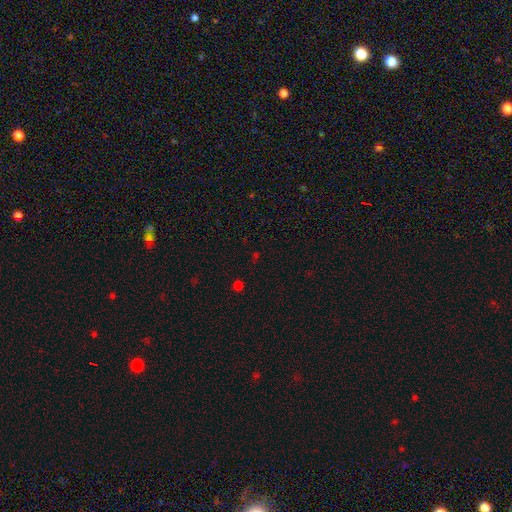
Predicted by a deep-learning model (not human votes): A star or artifact, not a galaxy (56%).